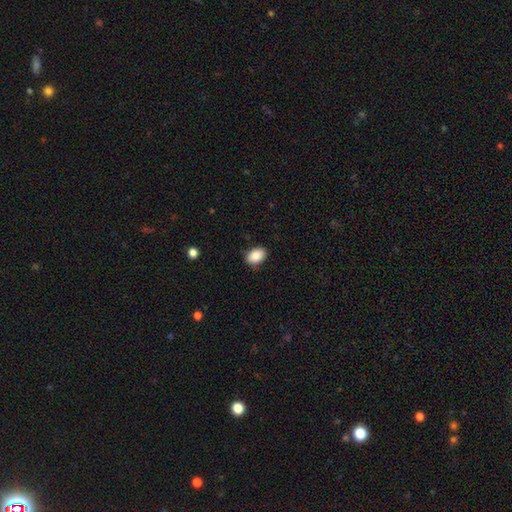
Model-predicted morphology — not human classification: Smooth or featured: smooth — 87% (star or artifact — 7%)
How rounded: in between — 84% (round — 15%)
Merging: none — 86% (minor disturbance — 11%)